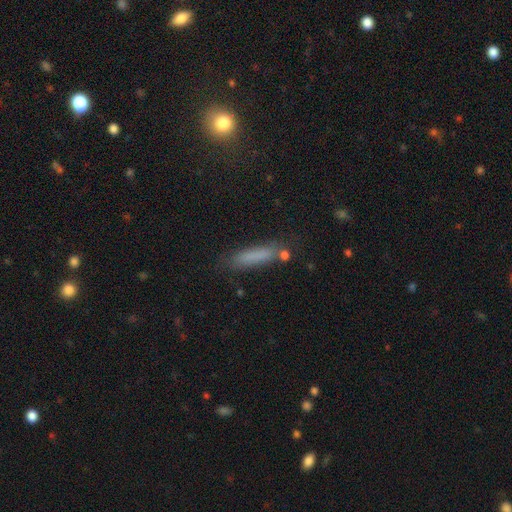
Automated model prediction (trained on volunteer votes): smooth-or-featured: smooth: 77% | featured or disk: 12% | star or artifact: 11%
  how-rounded: cigar-shaped: 81% | in between: 17% | round: 2%
  merging: none: 77% | minor disturbance: 14% | merger: 5% | major disturbance: 4%